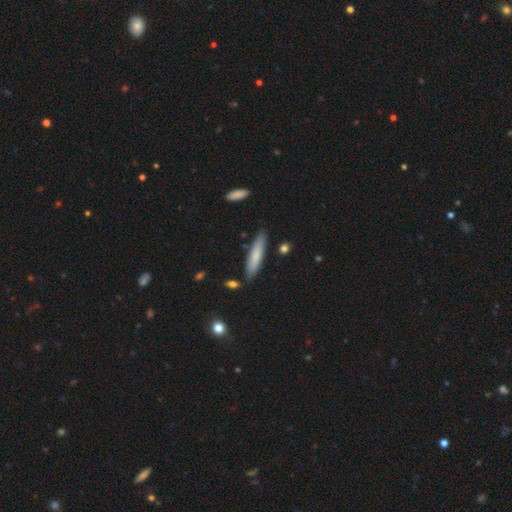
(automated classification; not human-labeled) smooth-or-featured: smooth: 74% | featured or disk: 20% | star or artifact: 6%
  how-rounded: cigar-shaped: 83% | in between: 16% | round: 1%
  merging: none: 83% | minor disturbance: 11% | merger: 3% | major disturbance: 2%